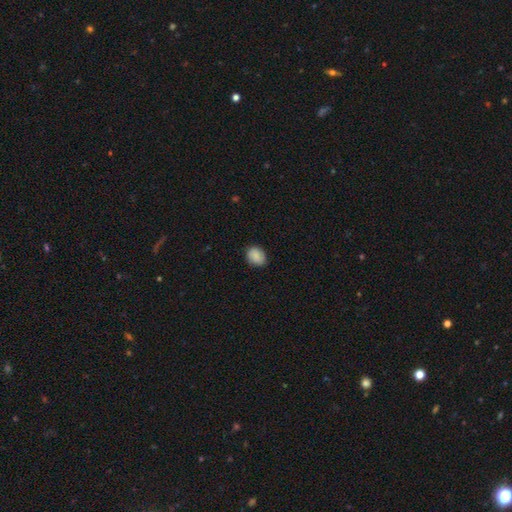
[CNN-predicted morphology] smooth 88%, star or artifact 8%, featured or disk 5%. Down the decision tree: how rounded — in between (50%); merging — none (82%).